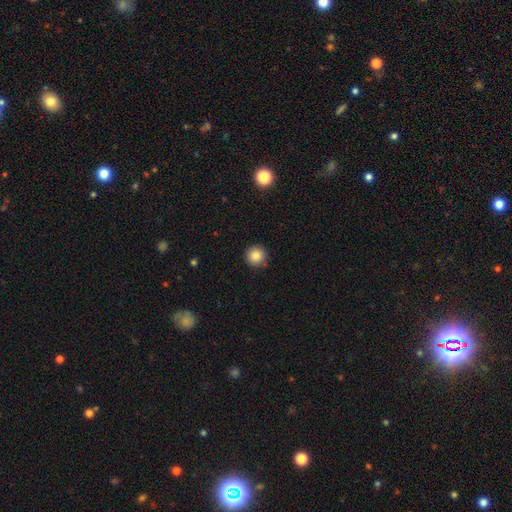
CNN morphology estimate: Smooth or featured?
  - smooth: 85% *
  - star or artifact: 10%
  - featured or disk: 5%
How rounded?
  - round: 95% *
  - in between: 4%
  - cigar-shaped: 1%
Merging?
  - none: 89% *
  - minor disturbance: 7%
  - major disturbance: 2%
  - merger: 2%